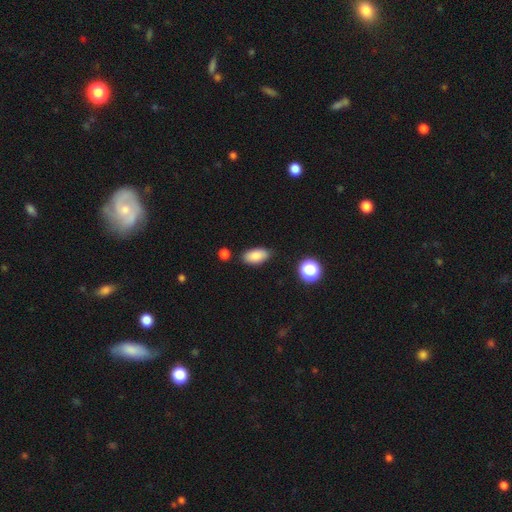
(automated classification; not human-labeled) The model was most divided on "merging": none: 82%, minor disturbance: 12%, merger: 3%, major disturbance: 3%. More confident: how rounded — in between (92%); smooth or featured — smooth (86%).